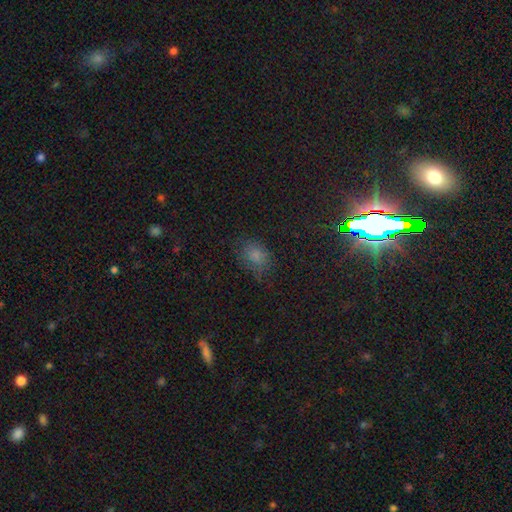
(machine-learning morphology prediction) smooth_or_featured: smooth (p=0.68) [alt: star or artifact p=0.24]
how_rounded: in between (p=0.65) [alt: round p=0.34]
merging: none (p=0.65) [alt: minor disturbance p=0.23]